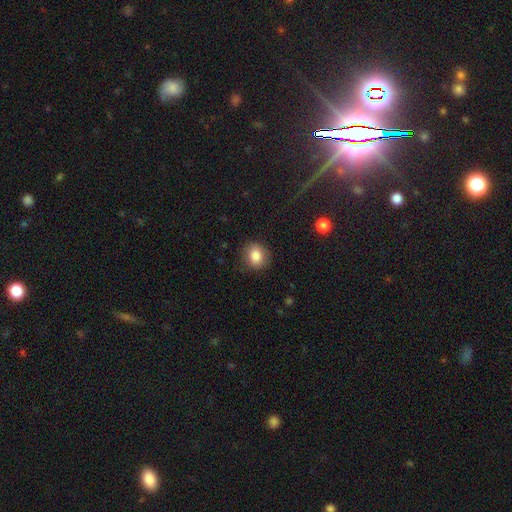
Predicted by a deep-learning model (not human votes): Morphology: type=smooth (84%); roundness=round (68%); merging=none (86%).